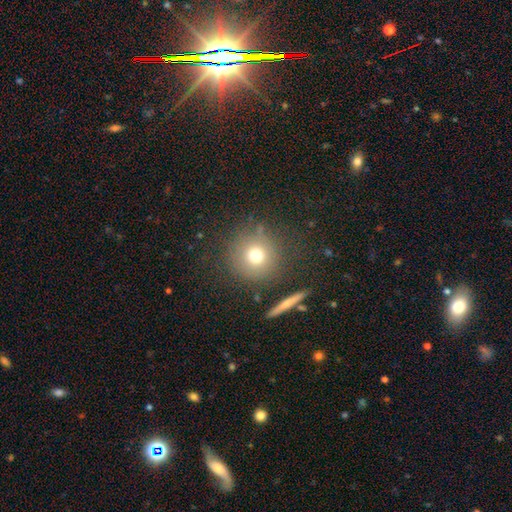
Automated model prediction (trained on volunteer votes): Smooth or featured: smooth — 71% (star or artifact — 15%)
How rounded: round — 93% (in between — 5%)
Merging: none — 81% (minor disturbance — 10%)